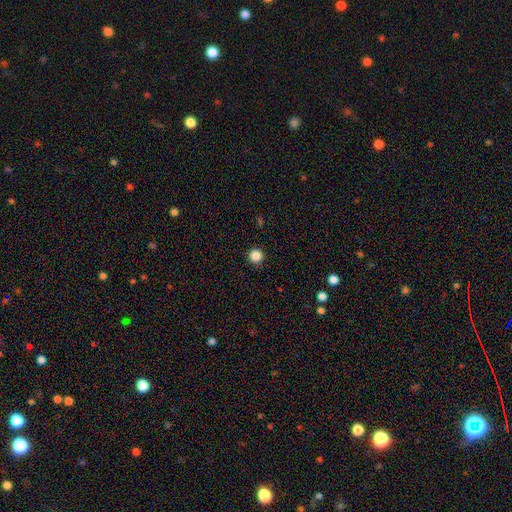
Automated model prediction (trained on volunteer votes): Smooth or featured: smooth — 86% (star or artifact — 11%)
How rounded: round — 96% (in between — 3%)
Merging: none — 93% (minor disturbance — 5%)